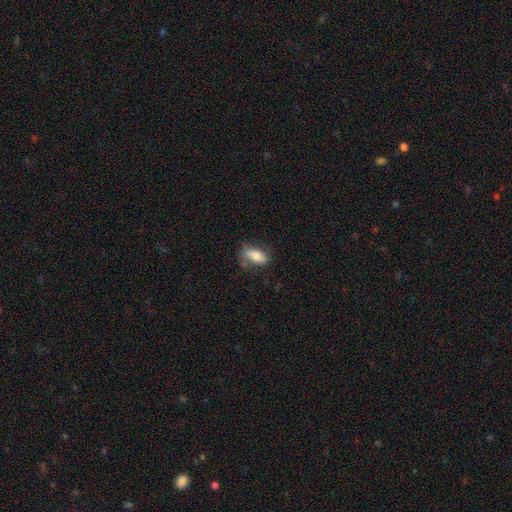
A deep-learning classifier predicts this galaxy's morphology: smooth 74%, featured or disk 19%, star or artifact 7%. Down the decision tree: how rounded — in between (83%); merging — none (55%).